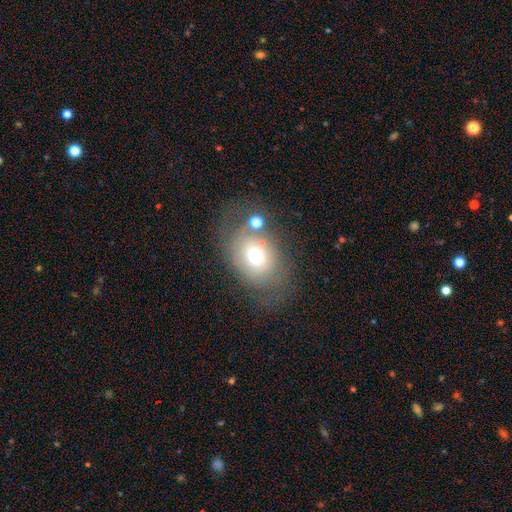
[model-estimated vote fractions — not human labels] A smooth galaxy with no disk features (57%) that is in between round and cigar-shaped (61%). Merging: none (49%).